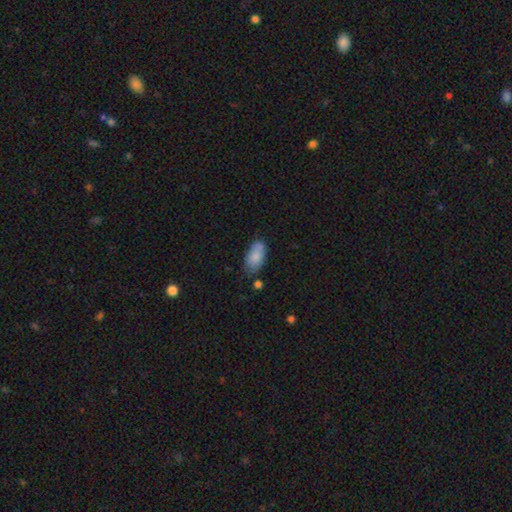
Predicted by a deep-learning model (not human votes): Smooth or featured? Predicted: smooth (p=0.83). How rounded? Predicted: in between (p=0.92). Merging? Predicted: none (p=0.62).